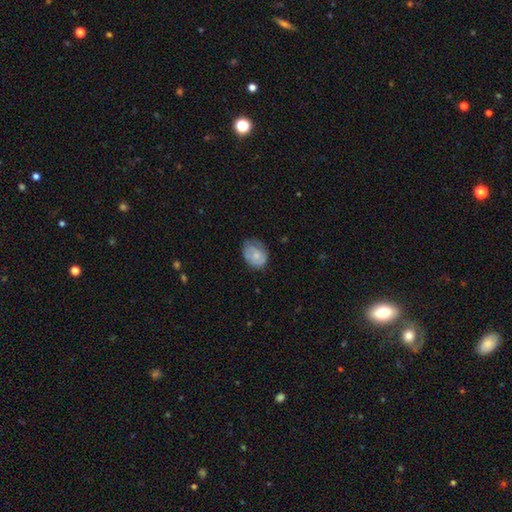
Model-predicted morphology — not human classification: Q: Smooth or featured?
A: smooth (62%); runner-up: featured or disk (31%)
Q: How rounded?
A: in between (58%); runner-up: round (41%)
Q: Merging?
A: none (57%); runner-up: minor disturbance (32%)